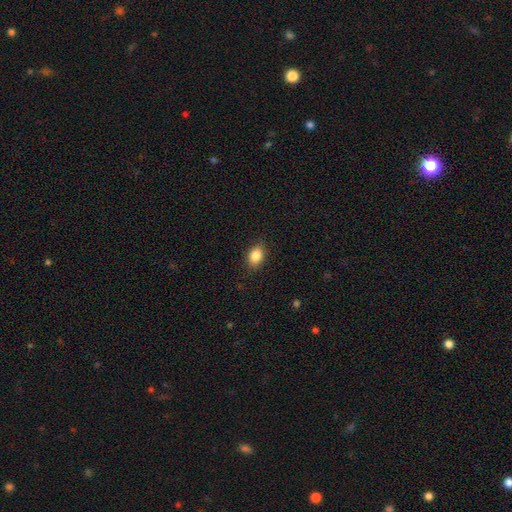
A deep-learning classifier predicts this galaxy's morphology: Smooth or featured? Predicted: smooth (p=0.86). How rounded? Predicted: in between (p=0.74). Merging? Predicted: none (p=0.87).